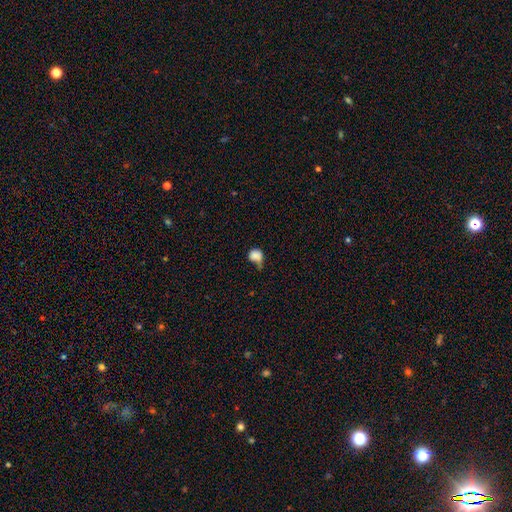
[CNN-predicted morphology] The model was most divided on "merging": minor disturbance: 34%, none: 31%, major disturbance: 25%, merger: 10%. More confident: smooth or featured — smooth (81%); how rounded — round (70%).